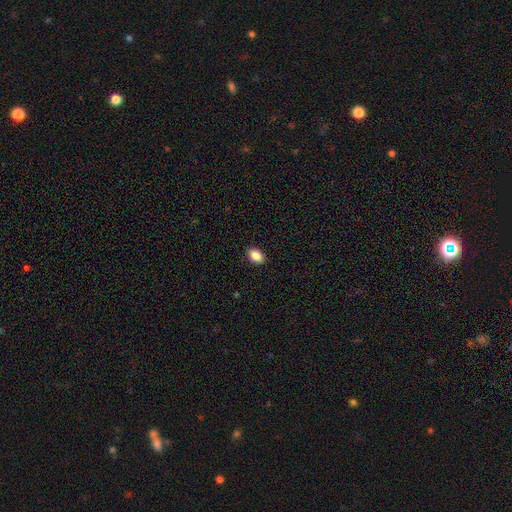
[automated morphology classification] This is clearly a smooth galaxy (87%). How rounded: clearly in between (83%). Merging: clearly none (90%).